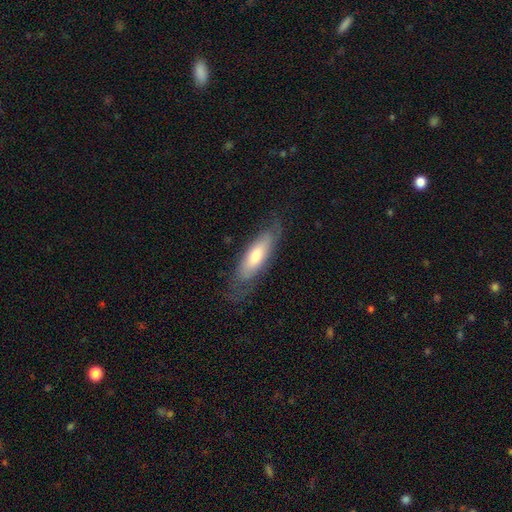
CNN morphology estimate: A smooth galaxy with no disk features (48%).

Vote fractions:
- Smooth or featured? smooth: 48% / featured or disk: 45% / star or artifact: 7%
- Merging? none: 70% / minor disturbance: 20% / major disturbance: 9% / merger: 1%